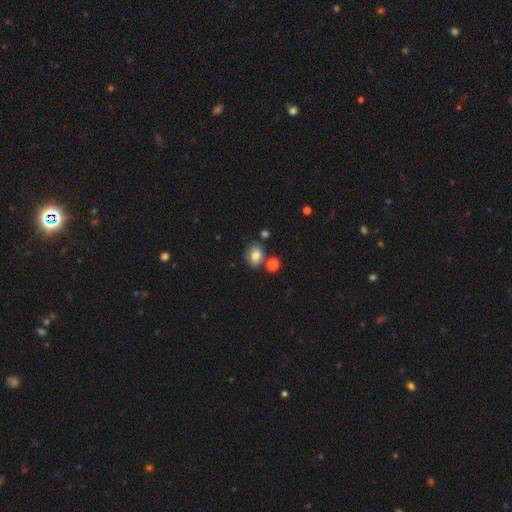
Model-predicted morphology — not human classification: A smooth galaxy with no disk features (79%) that is in between round and cigar-shaped (56%).

Vote fractions:
- Smooth or featured? smooth: 79% / star or artifact: 11% / featured or disk: 11%
- How rounded? in between: 56% / round: 43% / cigar-shaped: 1%
- Merging? none: 72% / minor disturbance: 14% / merger: 10% / major disturbance: 4%